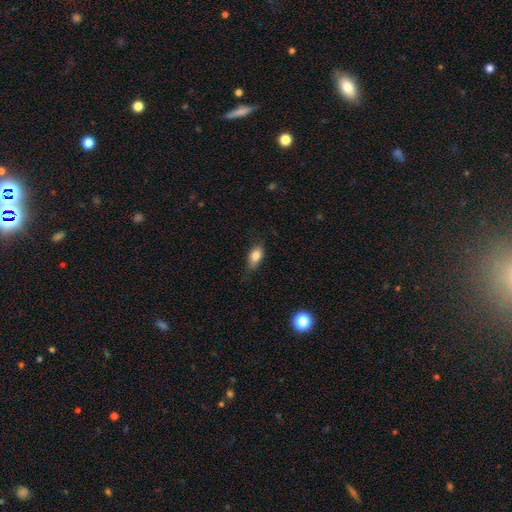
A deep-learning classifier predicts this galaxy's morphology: A smooth galaxy with no disk features (81%) that is in between round and cigar-shaped (84%). Merging: none (71%).